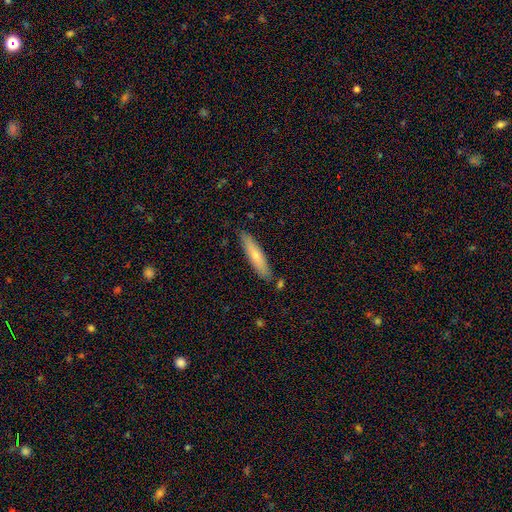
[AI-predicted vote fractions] A smooth galaxy with no disk features (68%) that is cigar-shaped (84%). Merging: none (82%).